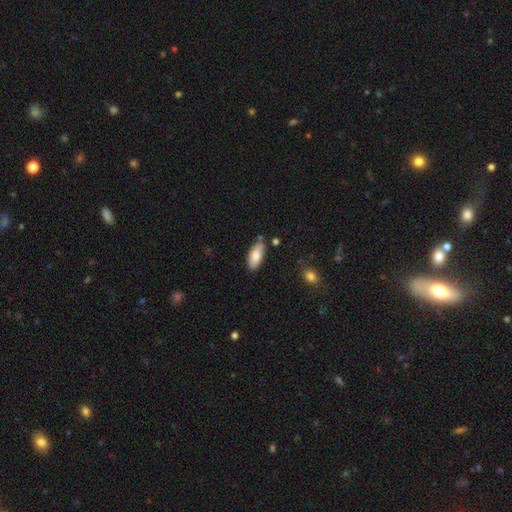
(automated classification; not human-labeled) Smooth or featured?
  - smooth: 82% *
  - featured or disk: 12%
  - star or artifact: 6%
How rounded?
  - in between: 84% *
  - cigar-shaped: 14%
  - round: 2%
Merging?
  - none: 78% *
  - minor disturbance: 15%
  - merger: 4%
  - major disturbance: 3%